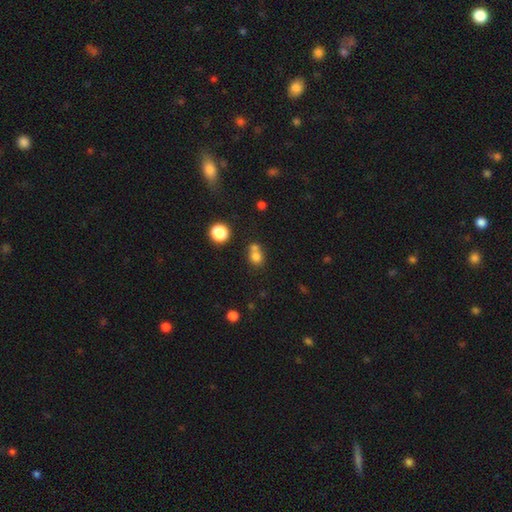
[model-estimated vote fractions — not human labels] smooth-or-featured: smooth: 75% | star or artifact: 15% | featured or disk: 10%
  how-rounded: round: 73% | in between: 25% | cigar-shaped: 1%
  merging: merger: 48% | none: 39% | minor disturbance: 8% | major disturbance: 4%